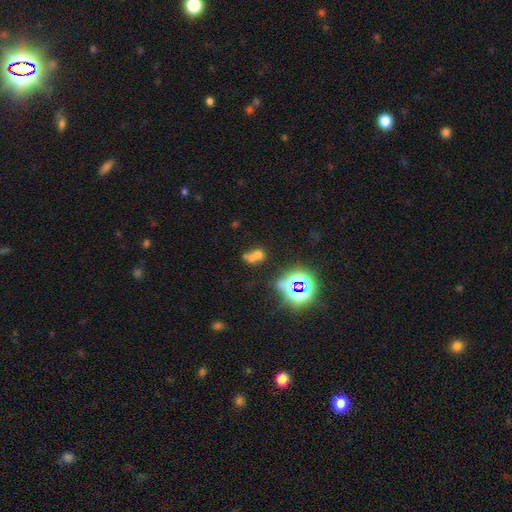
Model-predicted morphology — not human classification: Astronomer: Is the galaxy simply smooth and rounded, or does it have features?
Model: smooth — 52% (runner-up: star or artifact, 29%).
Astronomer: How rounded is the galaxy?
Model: round — 61% (runner-up: in between, 38%).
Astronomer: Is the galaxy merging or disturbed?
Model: merger — 58%.